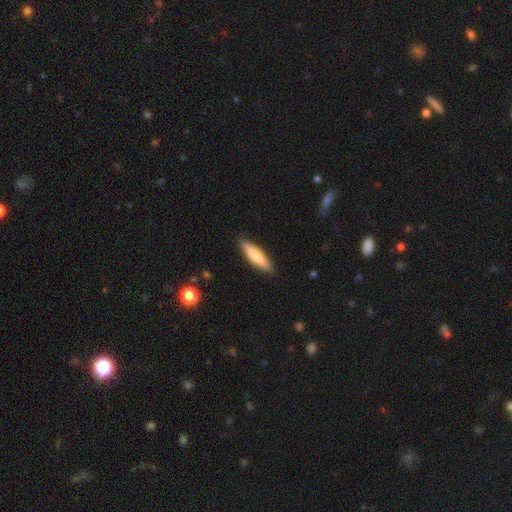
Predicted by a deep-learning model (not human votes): This is likely a smooth galaxy (75%). How rounded: likely cigar-shaped (69%). Merging: clearly none (89%).